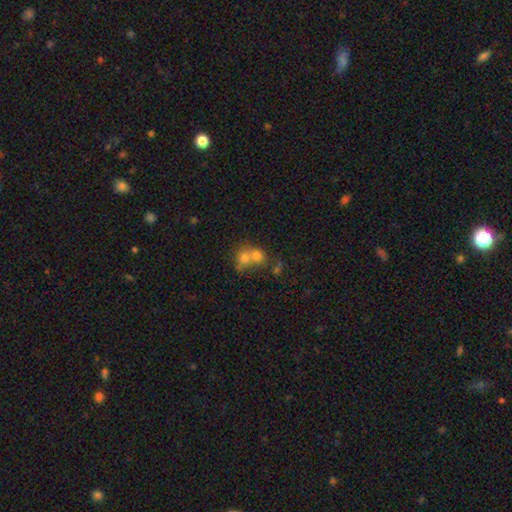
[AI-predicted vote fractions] Q: Smooth or featured?
A: smooth (67%); runner-up: featured or disk (19%)
Q: How rounded?
A: round (75%); runner-up: in between (24%)
Q: Merging?
A: merger (63%); runner-up: none (28%)